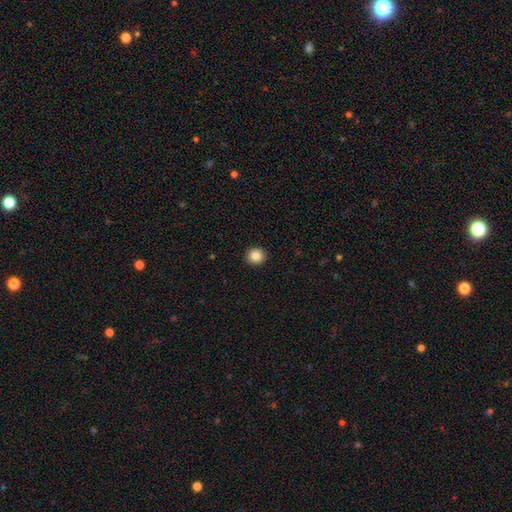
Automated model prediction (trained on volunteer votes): Smooth or featured?
  - smooth: 85% *
  - star or artifact: 10%
  - featured or disk: 5%
How rounded?
  - round: 88% *
  - in between: 11%
  - cigar-shaped: 1%
Merging?
  - none: 93% *
  - minor disturbance: 5%
  - major disturbance: 2%
  - merger: 1%